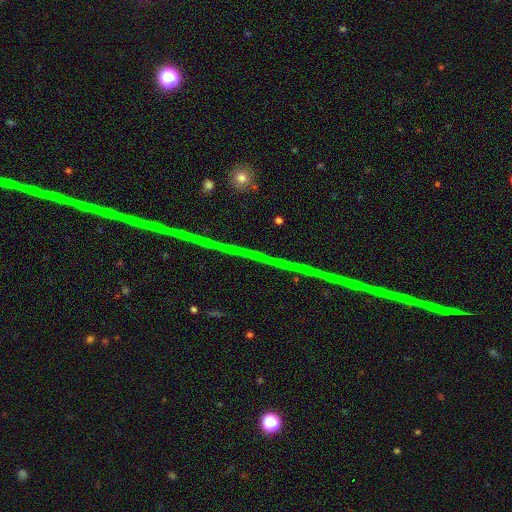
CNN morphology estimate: This appears to be a star or artifact, not a galaxy (77%).